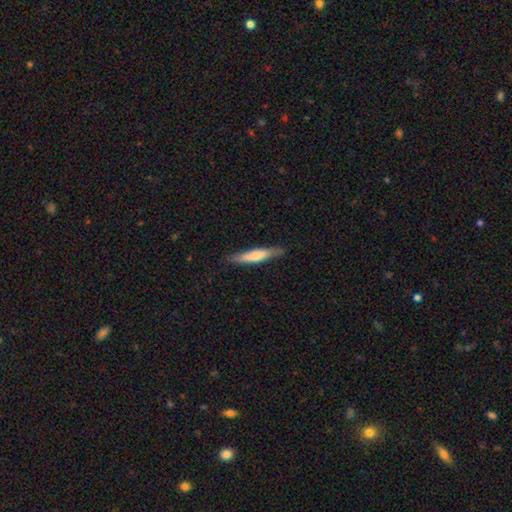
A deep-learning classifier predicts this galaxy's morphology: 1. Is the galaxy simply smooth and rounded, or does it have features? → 65% smooth, 30% featured or disk, 5% star or artifact.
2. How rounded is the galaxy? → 87% cigar-shaped, 12% in between, 1% round.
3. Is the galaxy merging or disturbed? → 85% none, 12% minor disturbance, 2% major disturbance, 1% merger.